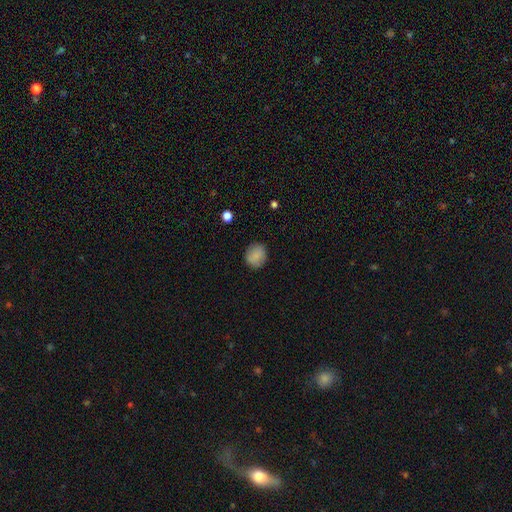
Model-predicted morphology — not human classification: A smooth galaxy with no disk features (85%) that is round (80%).

Vote fractions:
- Smooth or featured? smooth: 85% / star or artifact: 9% / featured or disk: 6%
- How rounded? round: 80% / in between: 19% / cigar-shaped: 1%
- Merging? none: 85% / minor disturbance: 11% / major disturbance: 3% / merger: 1%